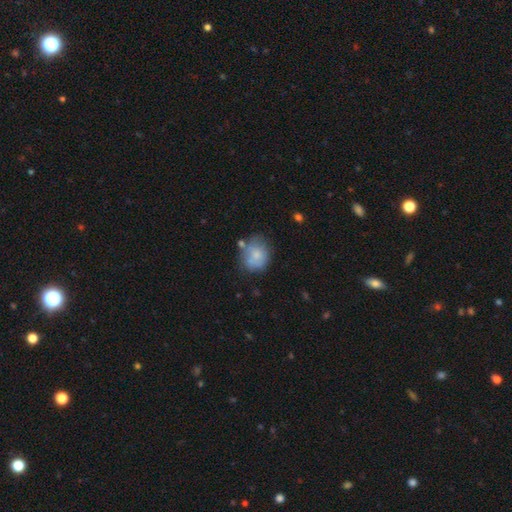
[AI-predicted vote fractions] The model was most divided on "how rounded": round: 61%, in between: 38%, cigar-shaped: 1%. More confident: smooth or featured — smooth (69%); merging — none (50%).